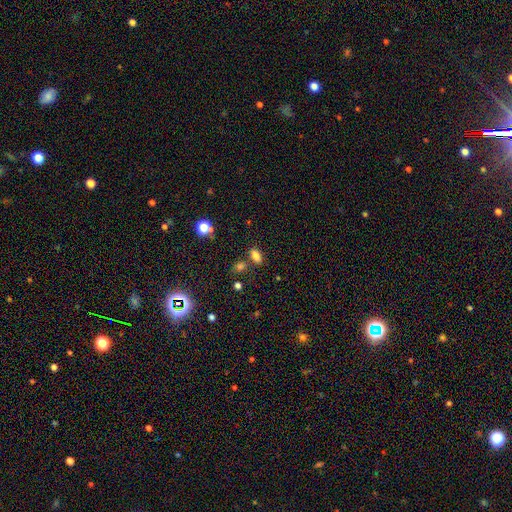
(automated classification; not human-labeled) Smooth or featured?
  - smooth: 79% *
  - star or artifact: 15%
  - featured or disk: 6%
How rounded?
  - in between: 85% *
  - round: 9%
  - cigar-shaped: 6%
Merging?
  - none: 69% *
  - merger: 15%
  - minor disturbance: 12%
  - major disturbance: 4%